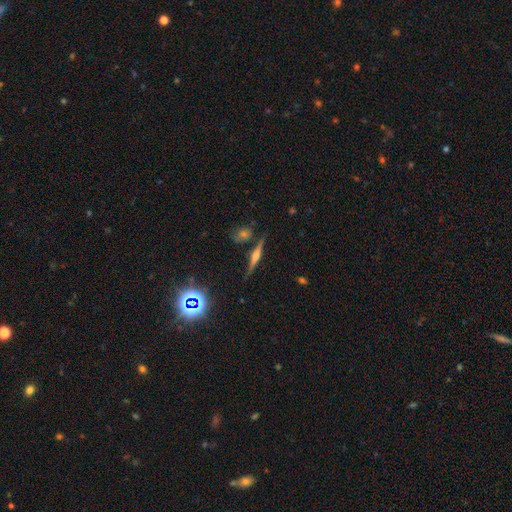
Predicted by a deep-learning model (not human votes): Smooth or featured? featured or disk (72%)
Edge-on disk? yes (97%)
Edge-on bulge? rounded (83%)
Merging? none (82%)